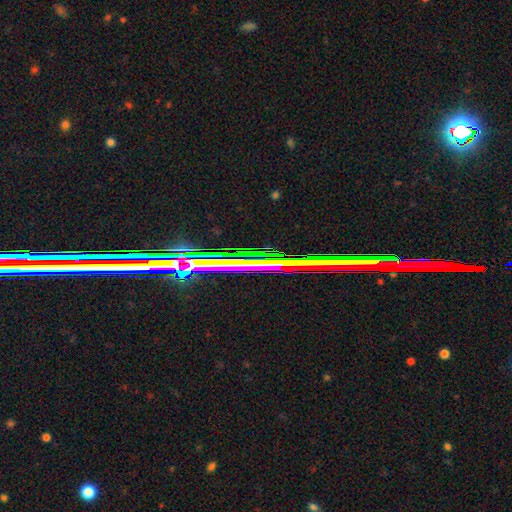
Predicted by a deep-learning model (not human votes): star or artifact 66%, featured or disk 24%, smooth 10%.